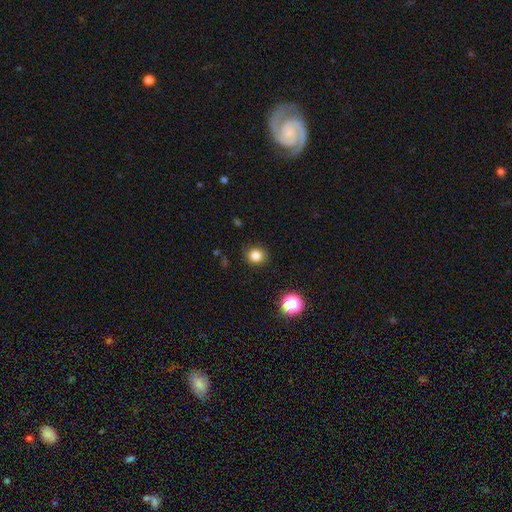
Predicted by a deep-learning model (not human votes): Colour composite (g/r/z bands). It shows a smooth galaxy with no disk features (83%) that is round (83%). Merging: none (89%).